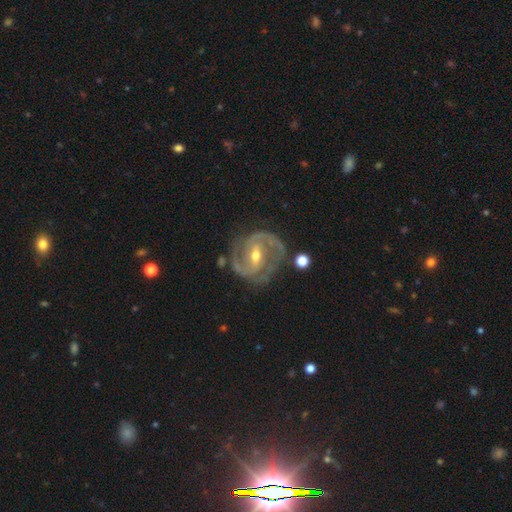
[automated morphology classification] Smooth or featured? featured or disk (92%)
Edge-on disk? no (98%)
Bar? weak (44%)
Spiral arms? yes (98%)
Spiral winding? medium (47%)
Spiral arm count? 2 (84%)
Bulge size? moderate (58%)
Merging? none (74%)